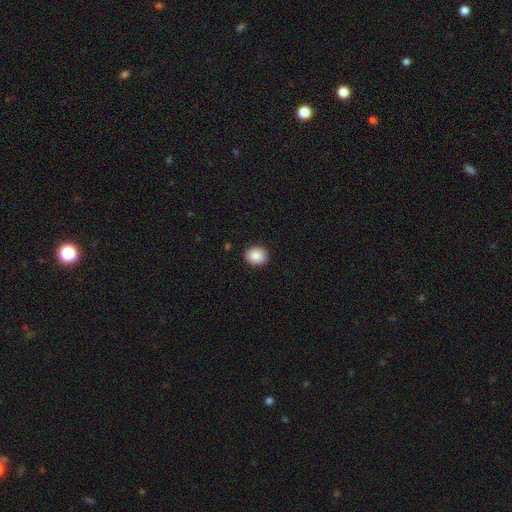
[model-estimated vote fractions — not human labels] This is clearly a smooth galaxy (89%). How rounded: likely round (62%). Merging: clearly none (90%).